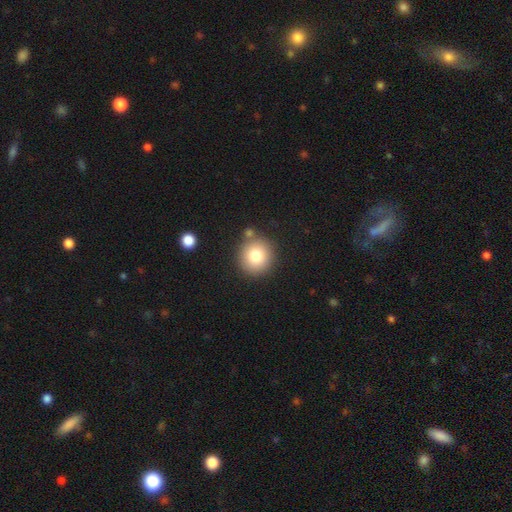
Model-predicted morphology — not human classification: This is likely a smooth galaxy (78%). How rounded: clearly round (91%). Merging: clearly none (80%).